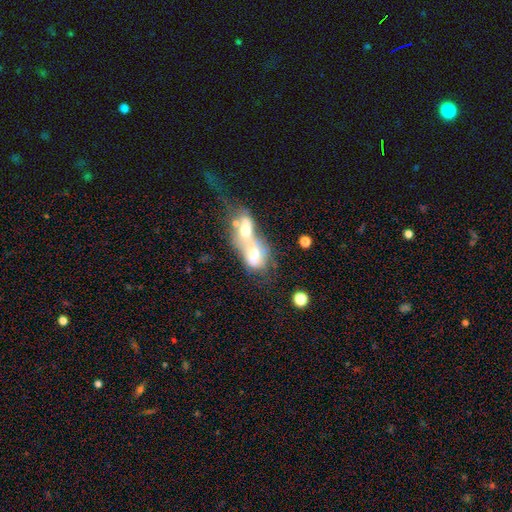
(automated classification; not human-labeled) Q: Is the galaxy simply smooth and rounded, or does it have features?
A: smooth — 59%.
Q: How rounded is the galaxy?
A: in between — 69%.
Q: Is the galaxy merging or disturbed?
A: merger — 82%.